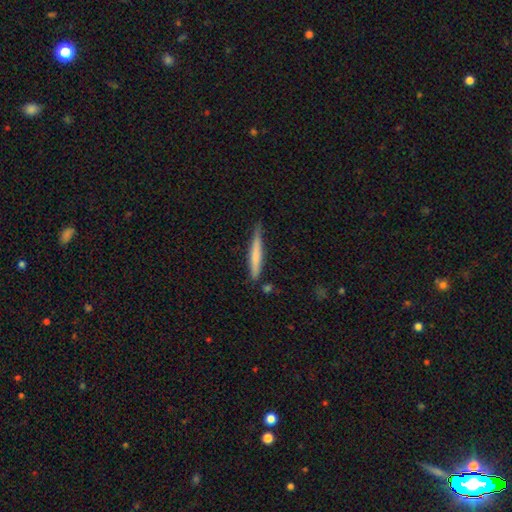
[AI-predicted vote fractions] Smooth or featured?
  - smooth: 63% *
  - featured or disk: 31%
  - star or artifact: 5%
How rounded?
  - cigar-shaped: 94% *
  - in between: 4%
  - round: 1%
Merging?
  - none: 73% *
  - minor disturbance: 20%
  - merger: 4%
  - major disturbance: 3%